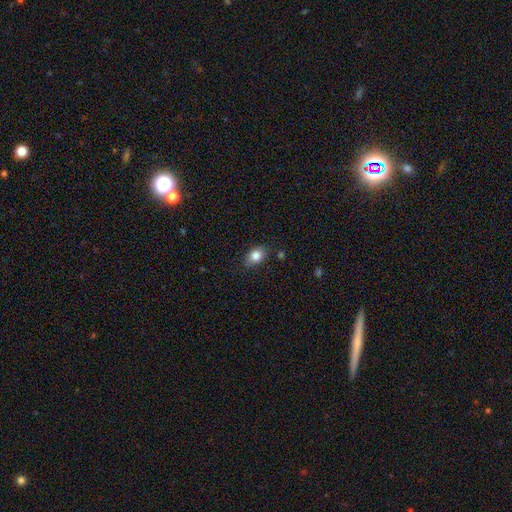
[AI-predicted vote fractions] Smooth or featured?
  - smooth: 82% *
  - star or artifact: 9%
  - featured or disk: 9%
How rounded?
  - in between: 74% *
  - round: 24%
  - cigar-shaped: 2%
Merging?
  - none: 81% *
  - minor disturbance: 14%
  - major disturbance: 3%
  - merger: 2%